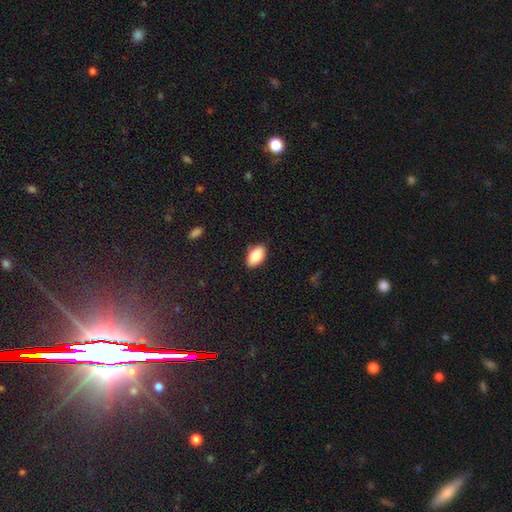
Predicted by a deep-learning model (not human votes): smooth-or-featured: smooth: 86% | featured or disk: 8% | star or artifact: 7%
  how-rounded: in between: 93% | round: 4% | cigar-shaped: 3%
  merging: none: 86% | minor disturbance: 11% | major disturbance: 2% | merger: 1%